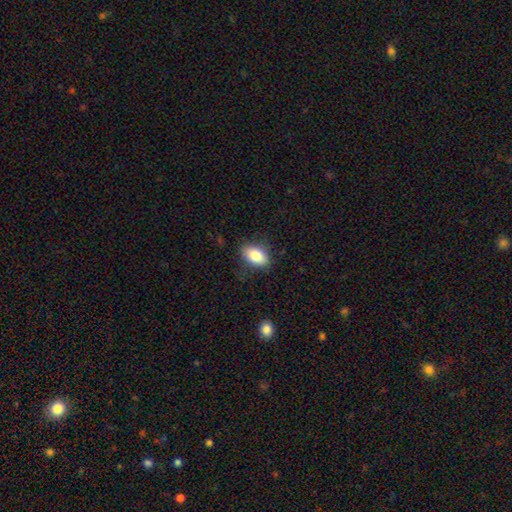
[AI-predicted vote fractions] Smooth or featured? smooth (83%)
How rounded? in between (88%)
Merging? none (80%)